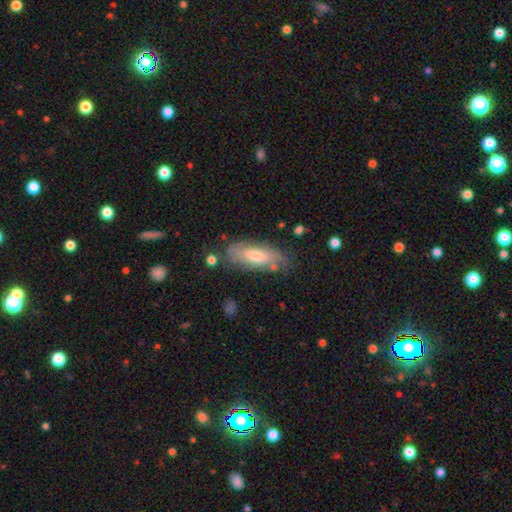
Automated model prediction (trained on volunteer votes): smooth_or_featured: smooth (p=0.57) [alt: featured or disk p=0.37]
how_rounded: in between (p=0.70) [alt: cigar-shaped p=0.27]
merging: none (p=0.71) [alt: minor disturbance p=0.20]